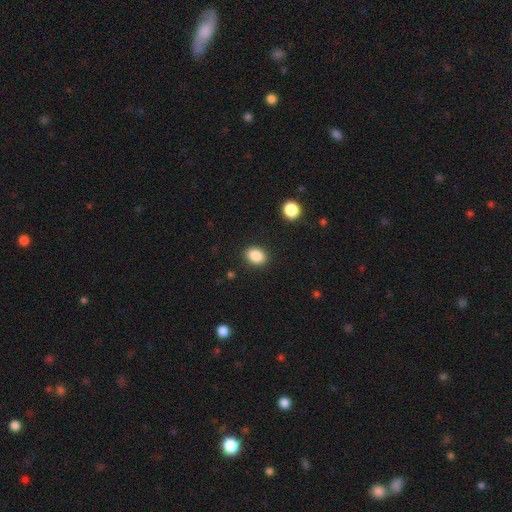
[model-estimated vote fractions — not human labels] Overall: smooth (87%). How rounded: in between (66%; round 33%). Merging: none (89%).